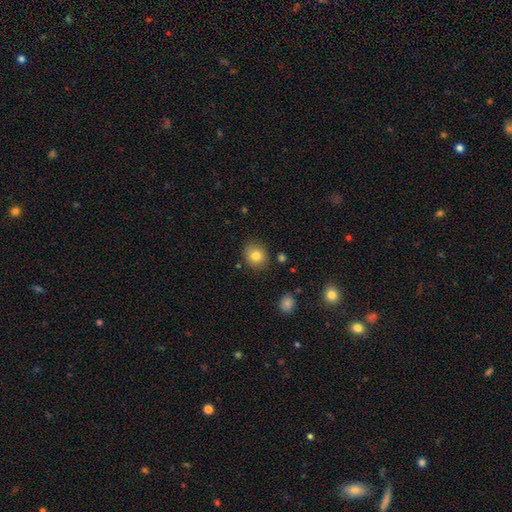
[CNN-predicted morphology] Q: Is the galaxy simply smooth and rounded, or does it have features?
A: smooth — 81%.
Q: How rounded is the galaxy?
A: round — 73%.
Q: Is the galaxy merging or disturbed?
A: none — 84%.